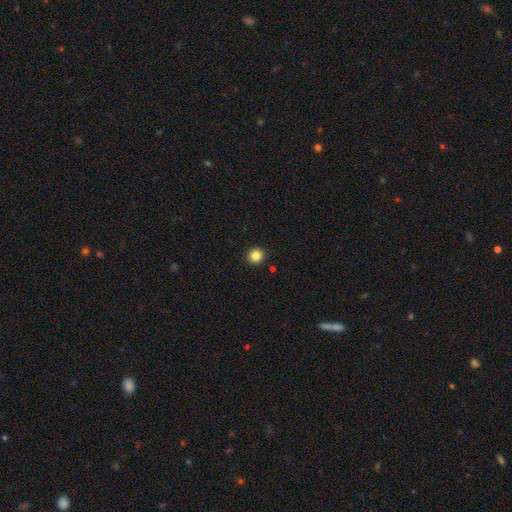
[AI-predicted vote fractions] smooth 84%, star or artifact 11%, featured or disk 5%. Down the decision tree: how rounded — round (92%); merging — none (93%).